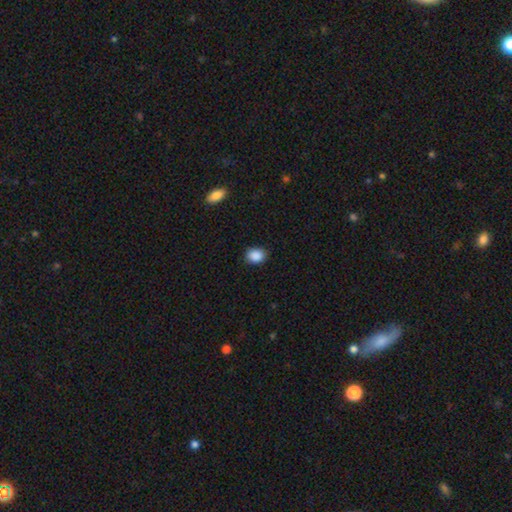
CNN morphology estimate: Smooth or featured? smooth (89%)
How rounded? in between (54%)
Merging? none (87%)